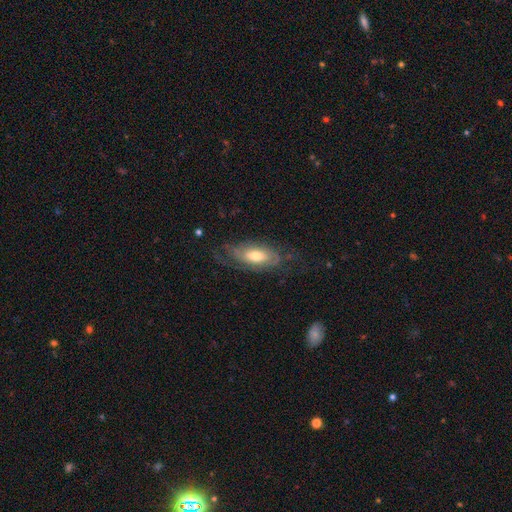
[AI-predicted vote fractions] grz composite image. It shows a featured or disk galaxy (65%) with no bar (68%), spiral arms (81%) and a moderate central bulge (65%). Merging: none (62%).